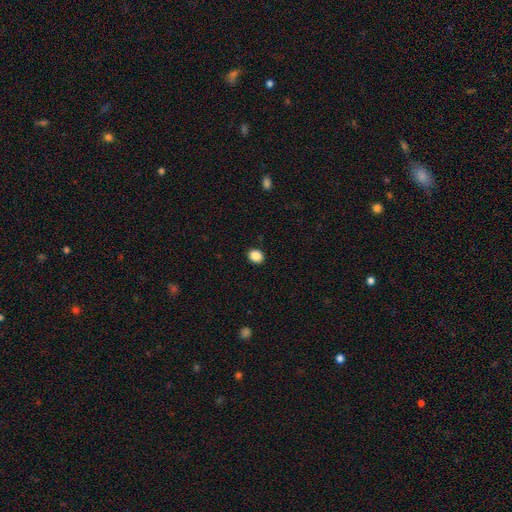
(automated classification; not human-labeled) This is clearly a smooth galaxy (88%). How rounded: likely round (60%). Merging: clearly none (91%).